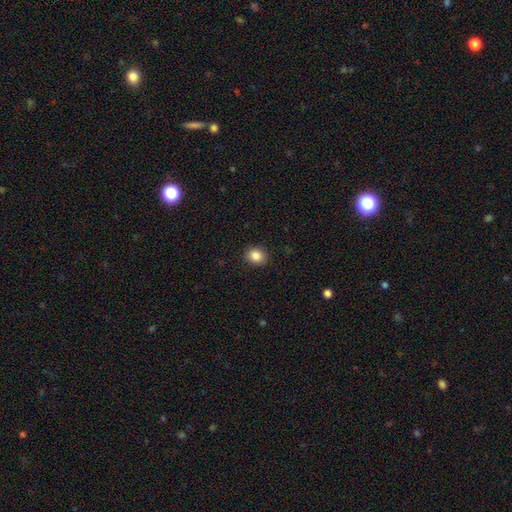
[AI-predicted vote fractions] Smooth or featured?
  - smooth: 86% *
  - star or artifact: 9%
  - featured or disk: 4%
How rounded?
  - round: 60% *
  - in between: 39%
  - cigar-shaped: 1%
Merging?
  - none: 90% *
  - minor disturbance: 7%
  - major disturbance: 2%
  - merger: 1%